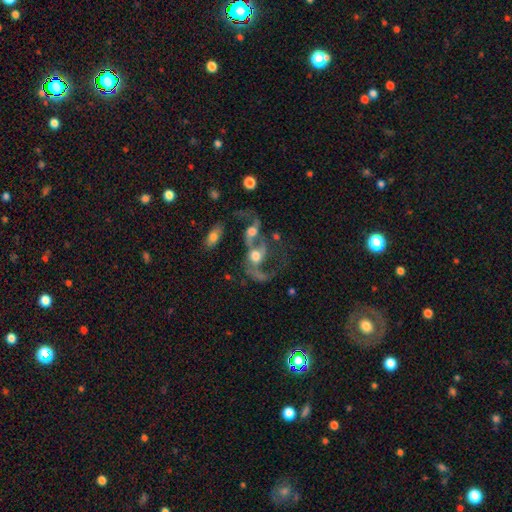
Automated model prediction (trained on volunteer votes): smooth_or_featured: featured or disk (p=0.66) [alt: smooth p=0.23]
disk_edge_on: no (p=0.94) [alt: yes p=0.06]
bar: no (p=0.70) [alt: weak p=0.22]
has_spiral_arms: yes (p=0.66) [alt: no p=0.34]
bulge_size: moderate (p=0.54) [alt: large p=0.21]
merging: merger (p=0.58) [alt: major disturbance p=0.20]